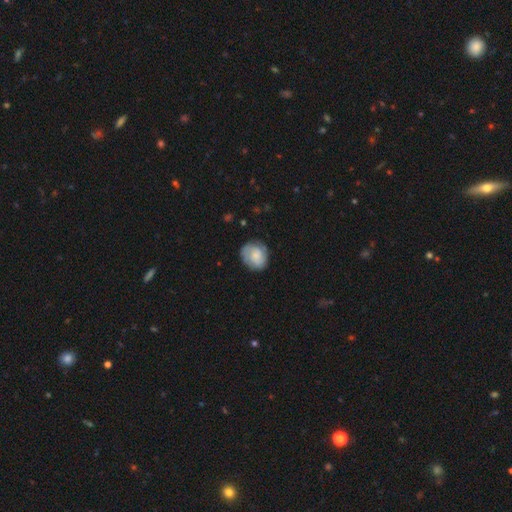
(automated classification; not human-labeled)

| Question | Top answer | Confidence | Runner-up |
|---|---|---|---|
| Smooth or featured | smooth | 49% | featured or disk (44%) |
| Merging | none | 72% | minor disturbance (20%) |